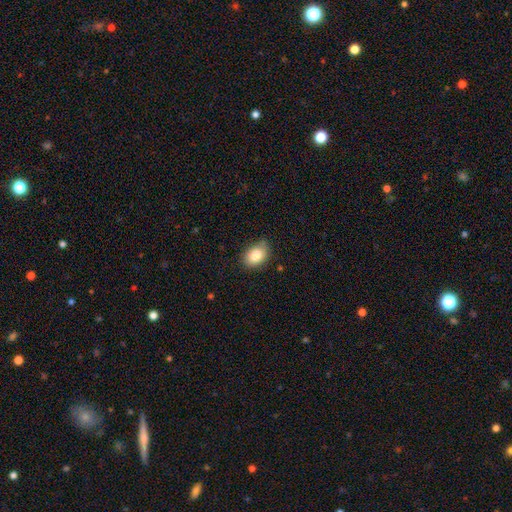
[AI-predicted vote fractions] Smooth or featured?
  - smooth: 84% *
  - featured or disk: 8%
  - star or artifact: 8%
How rounded?
  - in between: 78% *
  - round: 21%
  - cigar-shaped: 1%
Merging?
  - none: 74% *
  - minor disturbance: 21%
  - major disturbance: 3%
  - merger: 1%